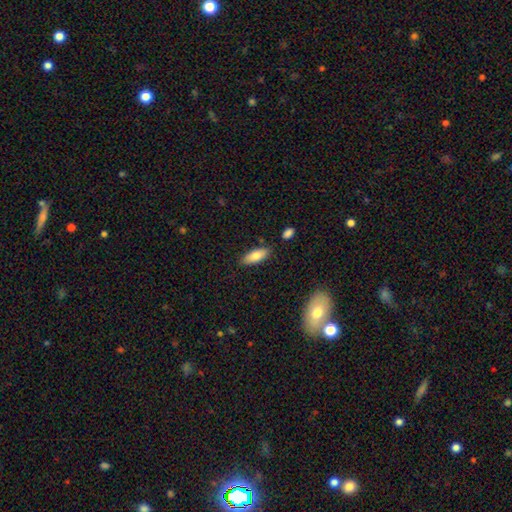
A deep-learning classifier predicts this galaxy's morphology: smooth 79%, featured or disk 14%, star or artifact 7%. Down the decision tree: how rounded — in between (75%); merging — none (83%).